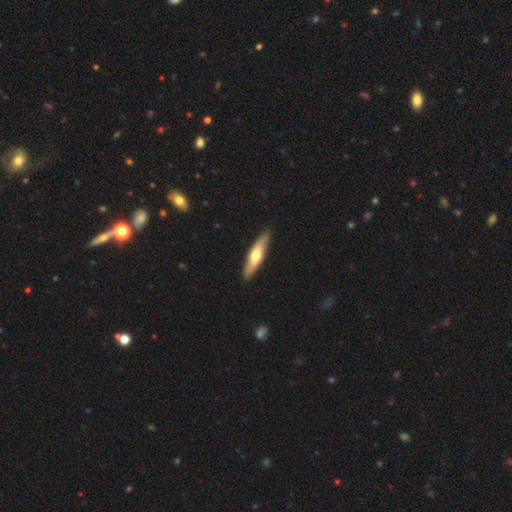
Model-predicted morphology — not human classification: A smooth galaxy with no disk features (50%) that is cigar-shaped (76%). Merging: none (89%).